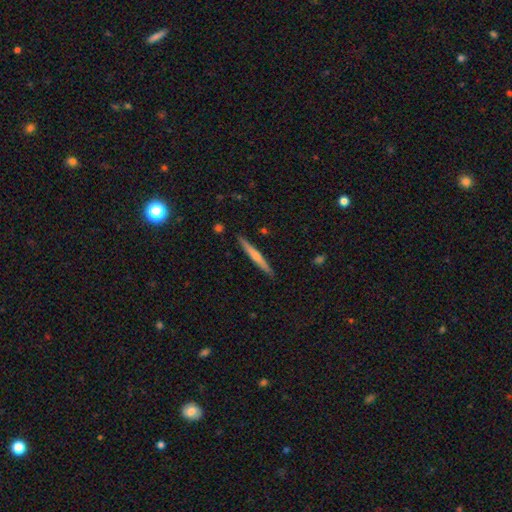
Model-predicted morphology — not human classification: The model was most divided on "smooth or featured": smooth: 52%, featured or disk: 43%, star or artifact: 5%. More confident: how rounded — cigar-shaped (96%); merging — none (90%).